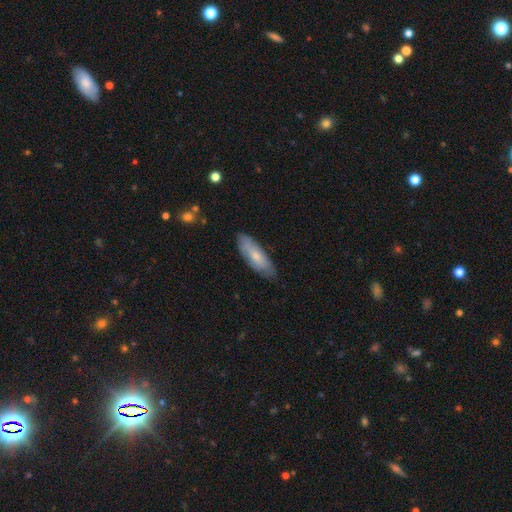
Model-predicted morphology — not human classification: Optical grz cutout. It shows a smooth galaxy with no disk features (66%) that is in between round and cigar-shaped (58%). Merging: none (78%).